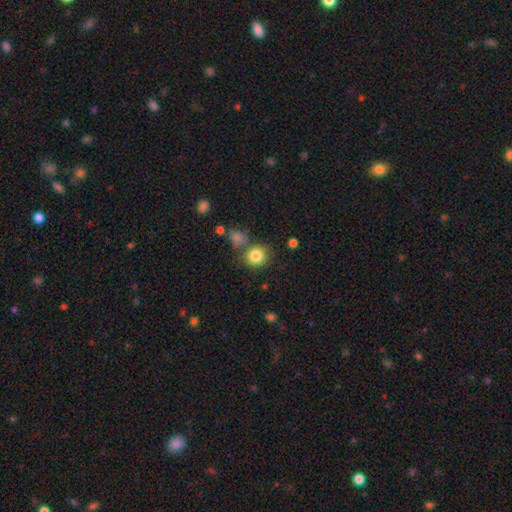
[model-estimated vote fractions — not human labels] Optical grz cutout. It shows a smooth galaxy with no disk features (83%) that is round (83%). Merging: none (71%).